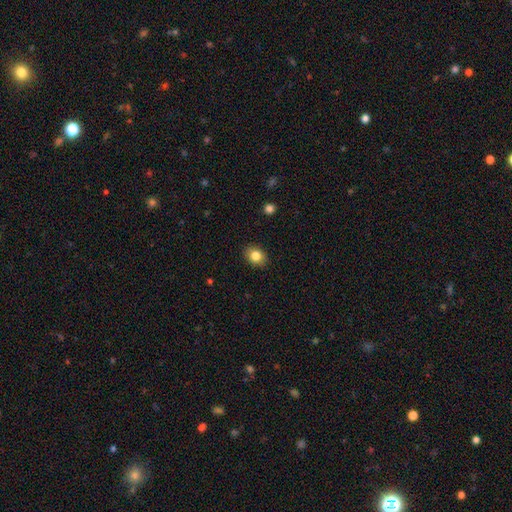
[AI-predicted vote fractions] Overall: smooth (83%). How rounded: round (51%; in between 48%). Merging: none (89%).